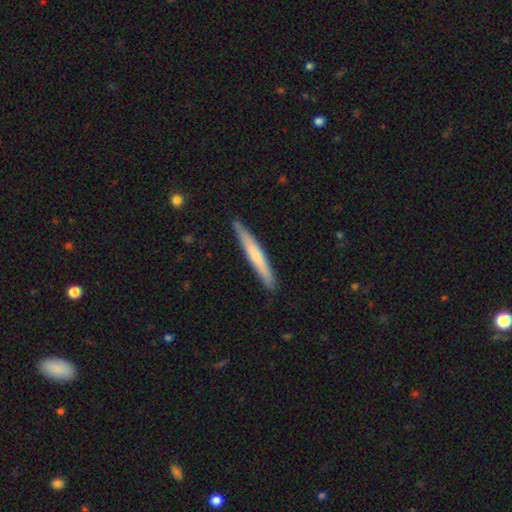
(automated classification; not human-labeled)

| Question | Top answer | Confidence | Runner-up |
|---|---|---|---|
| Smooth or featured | smooth | 57% | featured or disk (38%) |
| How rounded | cigar-shaped | 96% | in between (3%) |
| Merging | none | 88% | minor disturbance (9%) |